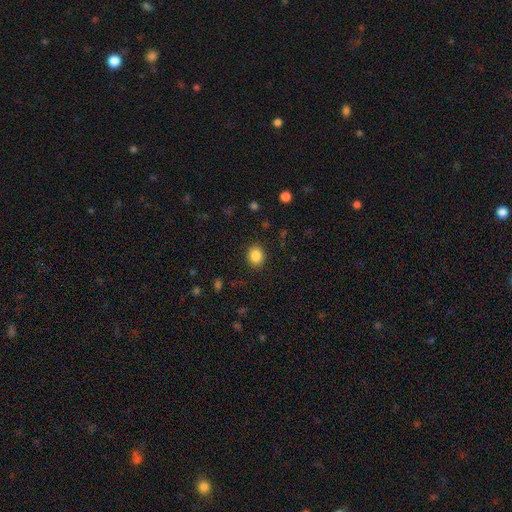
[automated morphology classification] A smooth galaxy with no disk features (86%) that is round (68%).

Vote fractions:
- Smooth or featured? smooth: 86% / star or artifact: 10% / featured or disk: 4%
- How rounded? round: 68% / in between: 31% / cigar-shaped: 1%
- Merging? none: 89% / minor disturbance: 8% / major disturbance: 3% / merger: 1%